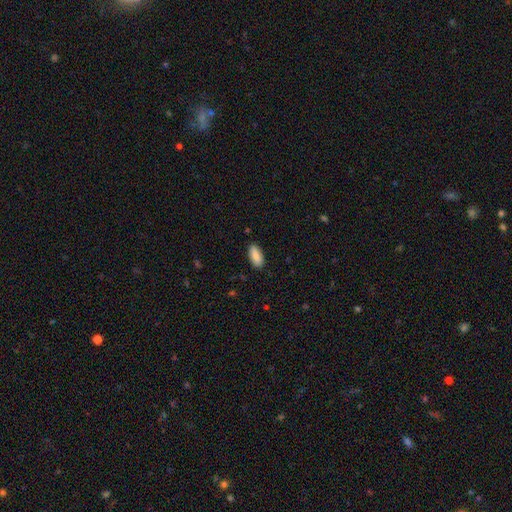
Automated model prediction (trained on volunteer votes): This appears to be a smooth galaxy with no disk features (87%) that is in between round and cigar-shaped (82%). Merging: none (86%).